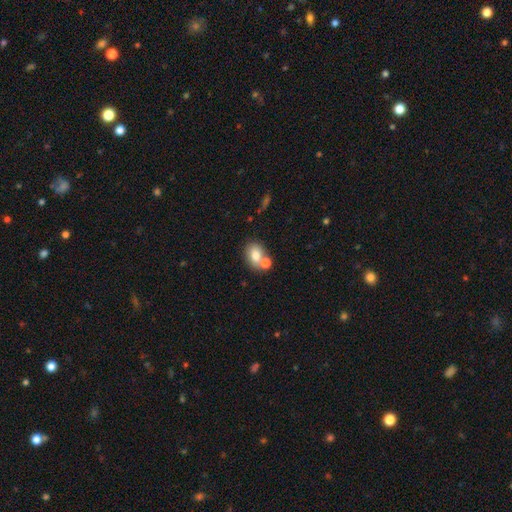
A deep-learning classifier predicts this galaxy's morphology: This appears to be a smooth galaxy with no disk features (76%) that is in between round and cigar-shaped (61%). Merging: none (50%).